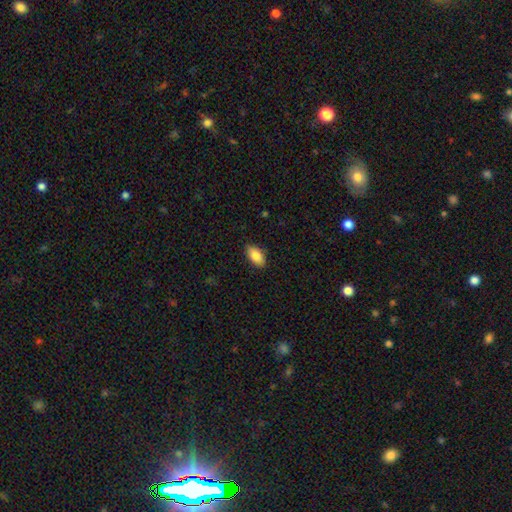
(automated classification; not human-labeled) A smooth galaxy with no disk features (85%) that is in between round and cigar-shaped (92%). Merging: none (87%).